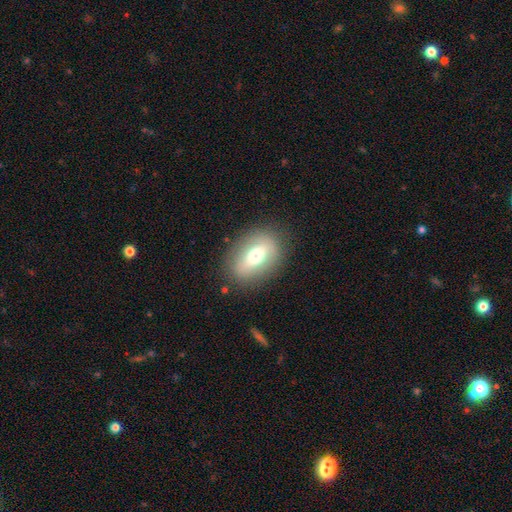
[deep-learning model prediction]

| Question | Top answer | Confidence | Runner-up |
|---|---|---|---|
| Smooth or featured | smooth | 58% | featured or disk (33%) |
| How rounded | in between | 75% | round (22%) |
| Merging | none | 82% | minor disturbance (12%) |